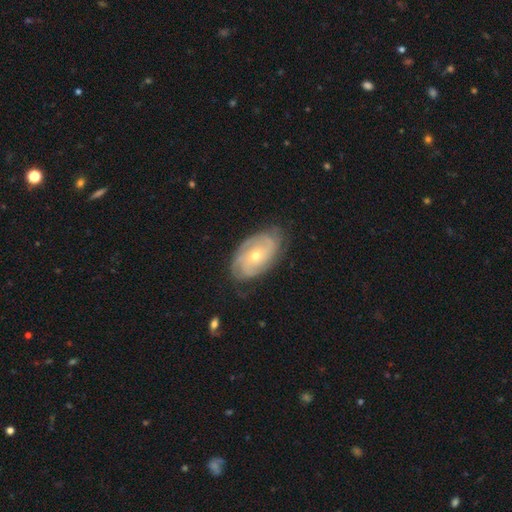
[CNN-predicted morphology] featured or disk 80%, smooth 14%, star or artifact 6%. Down the decision tree: edge-on disk — no (95%); bar — no (76%); spiral arms — yes (93%); spiral arm count — can't tell (35%); spiral winding — tight (68%); bulge size — small (52%); merging — none (77%).